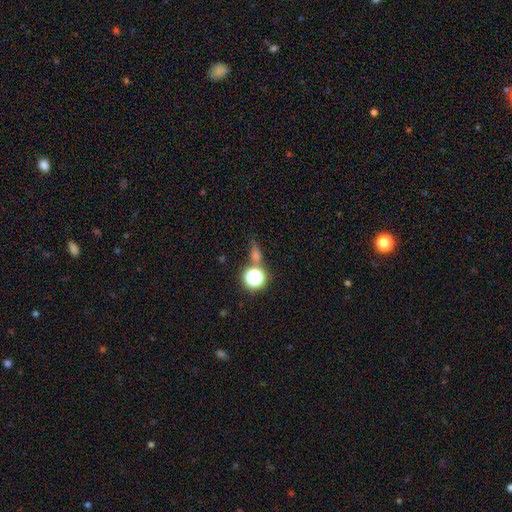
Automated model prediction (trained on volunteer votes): Smooth or featured? star or artifact (46%)